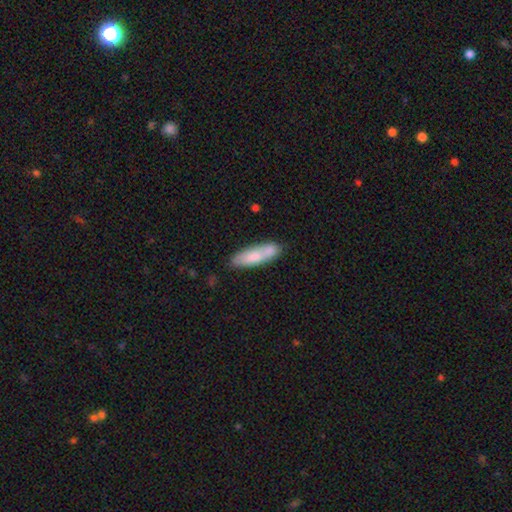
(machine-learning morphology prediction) Smooth or featured? smooth (72%)
How rounded? cigar-shaped (59%)
Merging? none (61%)